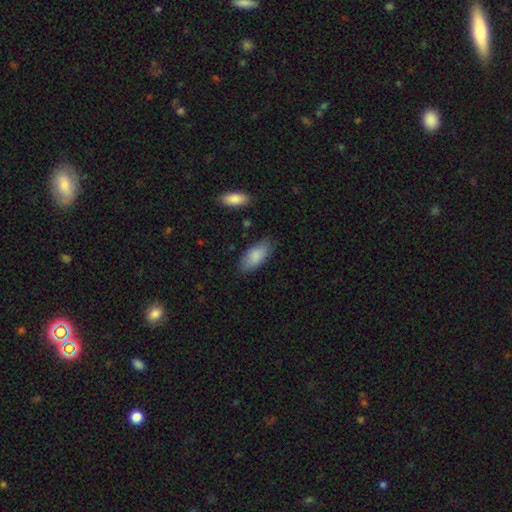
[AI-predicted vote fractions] smooth_or_featured: smooth (p=0.86) [alt: featured or disk p=0.08]
how_rounded: in between (p=0.89) [alt: cigar-shaped p=0.09]
merging: none (p=0.80) [alt: minor disturbance p=0.15]